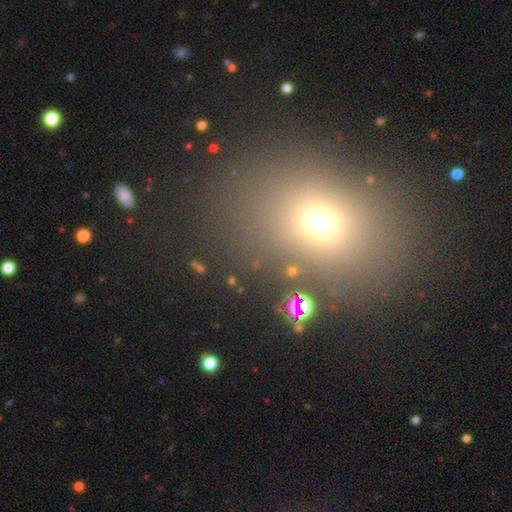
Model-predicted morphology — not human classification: Overall: smooth (63%; star or artifact 26%). How rounded: in between (52%; round 46%). Merging: none (82%).